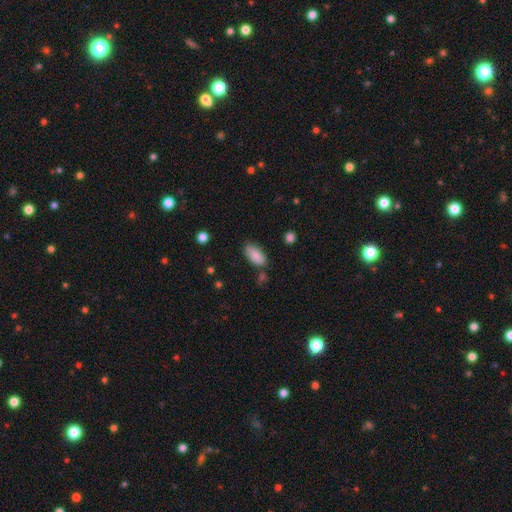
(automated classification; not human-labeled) smooth-or-featured: smooth: 84% | featured or disk: 9% | star or artifact: 7%
  how-rounded: in between: 91% | cigar-shaped: 7% | round: 3%
  merging: none: 72% | minor disturbance: 19% | merger: 5% | major disturbance: 4%